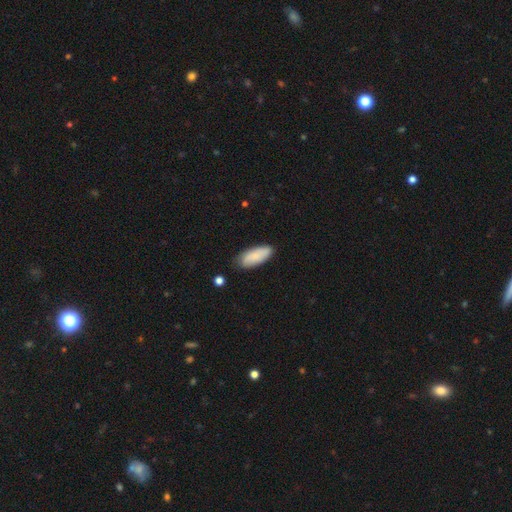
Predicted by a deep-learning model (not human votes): This is likely a smooth galaxy (79%). How rounded: likely in between (79%). Merging: likely none (78%).